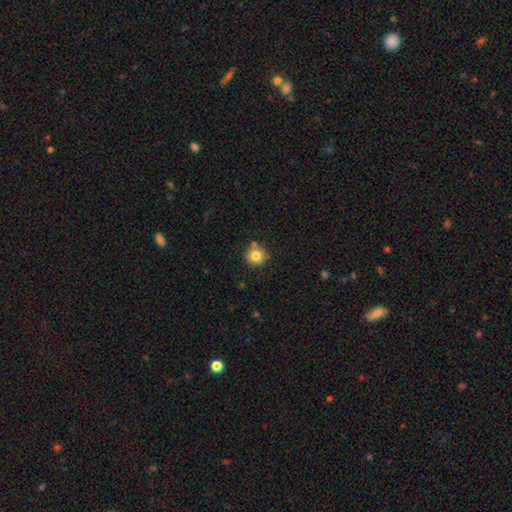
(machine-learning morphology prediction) type=smooth (81%); roundness=round (93%); merging=none (78%).